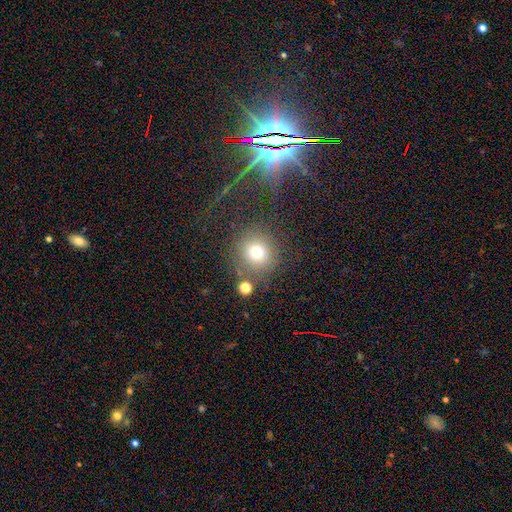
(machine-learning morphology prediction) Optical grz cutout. It shows a star or artifact, not a galaxy (55%).